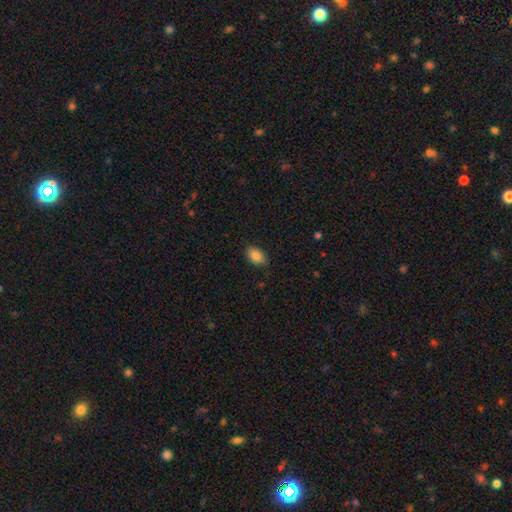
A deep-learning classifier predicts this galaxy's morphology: type=smooth (87%); roundness=in between (87%); merging=none (85%).